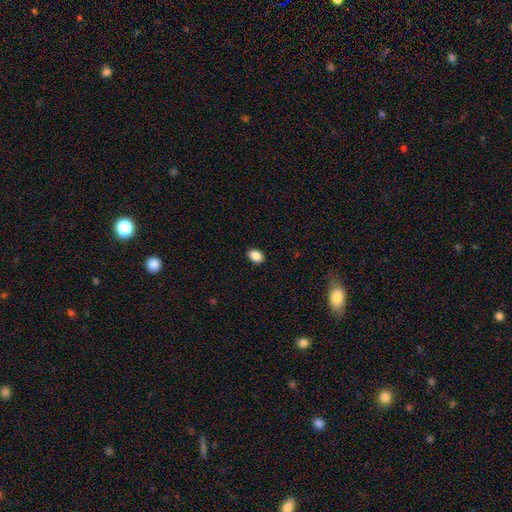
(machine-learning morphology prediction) type=smooth (89%); roundness=in between (83%); merging=none (90%).